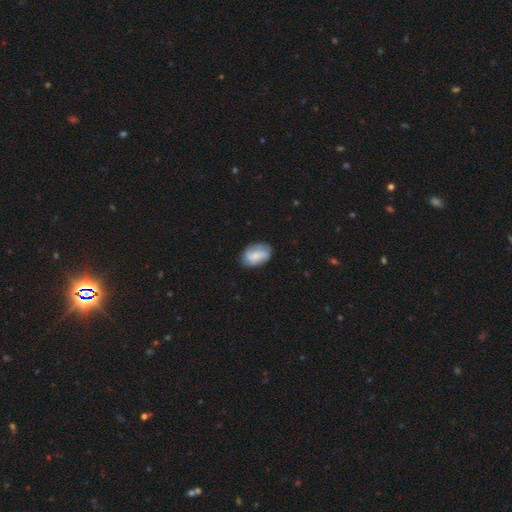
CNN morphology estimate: Smooth or featured? smooth (56%)
How rounded? in between (84%)
Merging? none (74%)